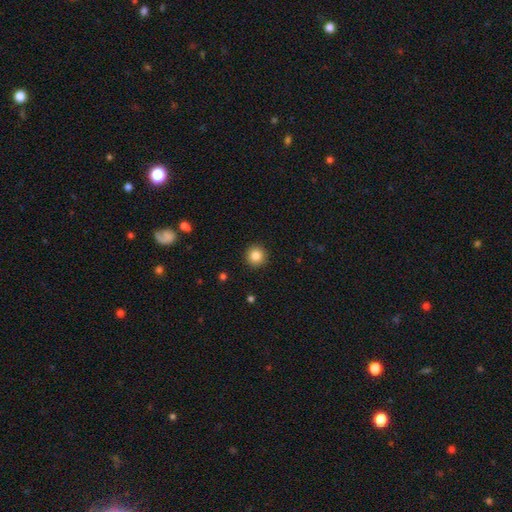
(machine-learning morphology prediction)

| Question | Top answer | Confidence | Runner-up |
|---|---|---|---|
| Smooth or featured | smooth | 85% | star or artifact (10%) |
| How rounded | round | 95% | in between (4%) |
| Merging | none | 93% | minor disturbance (5%) |